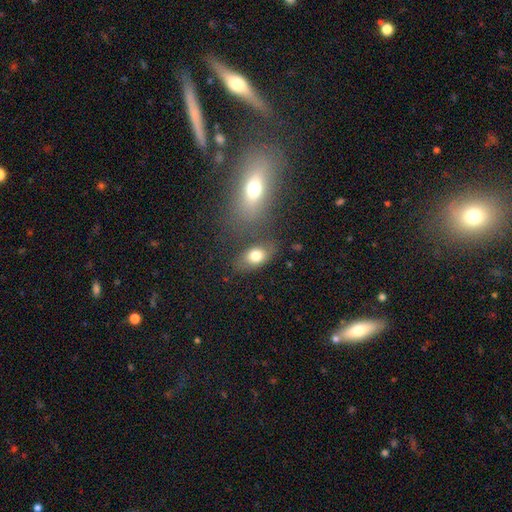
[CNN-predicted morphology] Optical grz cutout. It shows a smooth galaxy with no disk features (76%) that is in between round and cigar-shaped (82%). Merging: none (64%).